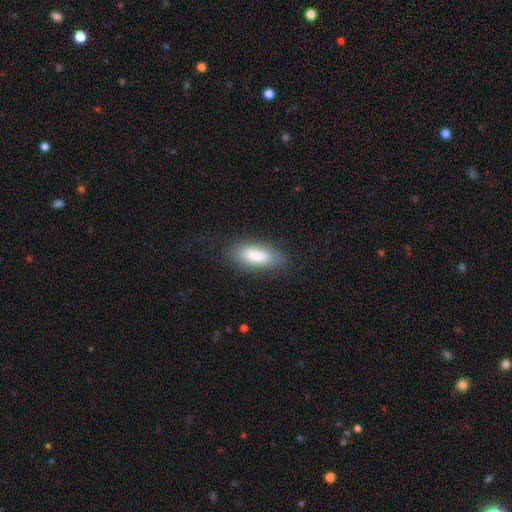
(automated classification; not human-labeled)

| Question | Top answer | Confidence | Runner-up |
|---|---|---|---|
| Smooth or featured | smooth | 80% | featured or disk (13%) |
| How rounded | in between | 75% | cigar-shaped (23%) |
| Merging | none | 79% | minor disturbance (15%) |